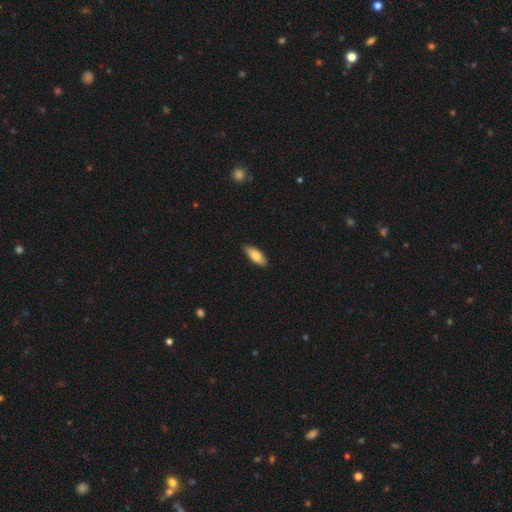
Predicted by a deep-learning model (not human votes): Smooth or featured: smooth — 80% (featured or disk — 14%)
How rounded: in between — 78% (cigar-shaped — 20%)
Merging: none — 85% (minor disturbance — 12%)